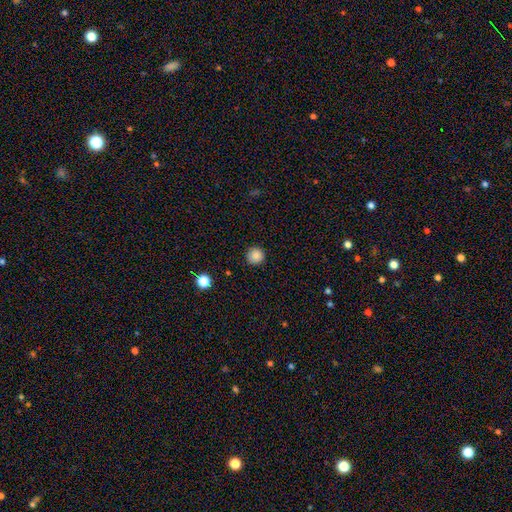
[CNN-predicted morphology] Smooth or featured? Predicted: smooth (p=0.86). How rounded? Predicted: round (p=0.96). Merging? Predicted: none (p=0.92).